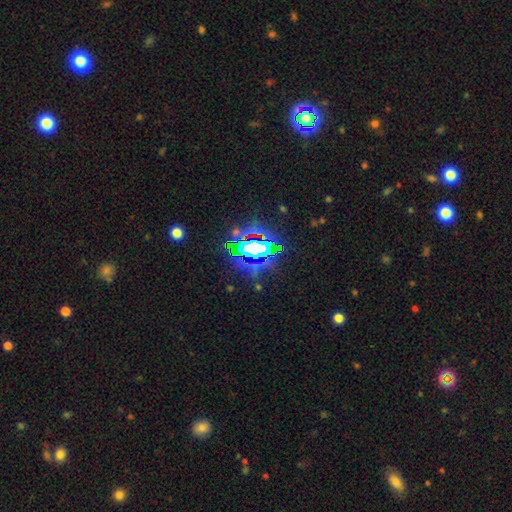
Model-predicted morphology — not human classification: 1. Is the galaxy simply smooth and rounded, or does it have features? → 80% star or artifact, 12% smooth, 8% featured or disk.